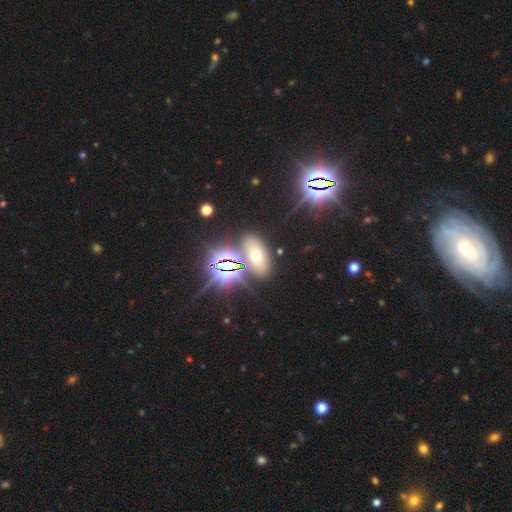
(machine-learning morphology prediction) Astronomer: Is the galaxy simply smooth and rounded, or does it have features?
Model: smooth — 44% (runner-up: star or artifact, 38%).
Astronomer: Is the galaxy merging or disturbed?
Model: none — 76%.